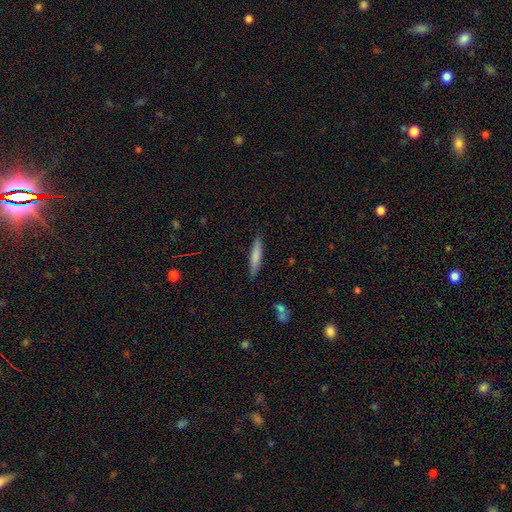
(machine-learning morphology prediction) The model was most divided on "smooth or featured": smooth: 77%, featured or disk: 17%, star or artifact: 6%. More confident: how rounded — cigar-shaped (87%); merging — none (85%).